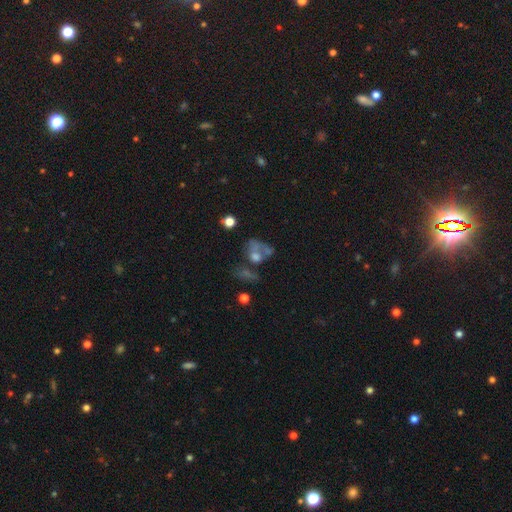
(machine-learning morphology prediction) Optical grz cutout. It shows a smooth galaxy with no disk features (41%). Merging: merger (34%).